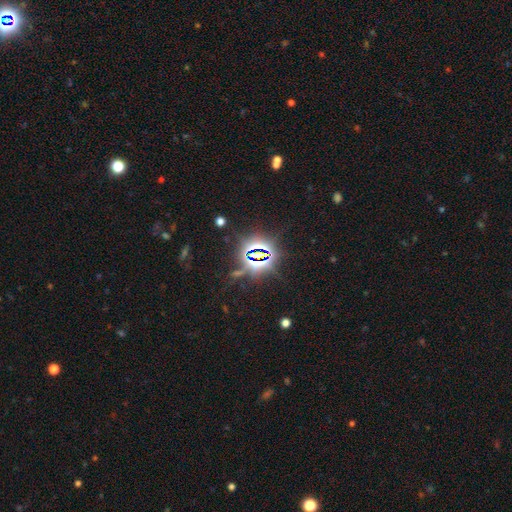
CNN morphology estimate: type=star or artifact (82%).